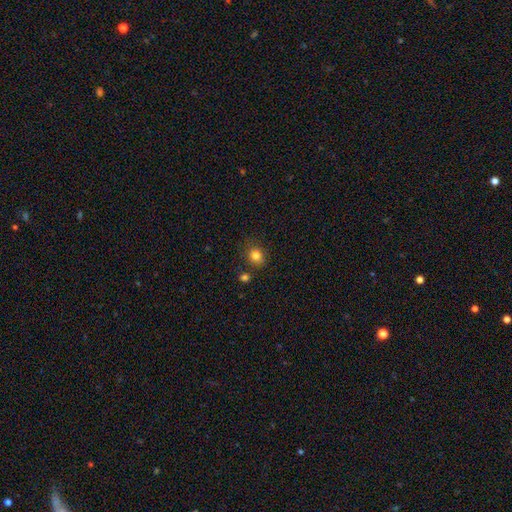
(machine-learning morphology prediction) Smooth or featured?
  - smooth: 82% *
  - star or artifact: 12%
  - featured or disk: 6%
How rounded?
  - round: 76% *
  - in between: 23%
  - cigar-shaped: 1%
Merging?
  - none: 79% *
  - minor disturbance: 12%
  - merger: 6%
  - major disturbance: 3%